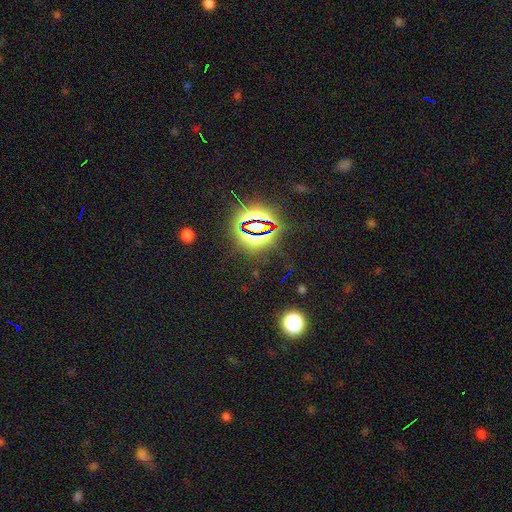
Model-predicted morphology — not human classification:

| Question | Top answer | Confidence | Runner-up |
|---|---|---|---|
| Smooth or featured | star or artifact | 81% | smooth (12%) |